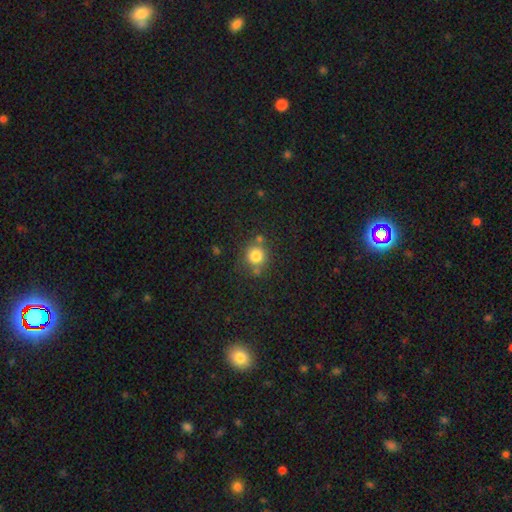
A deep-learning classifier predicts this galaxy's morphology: smooth-or-featured: smooth: 80% | star or artifact: 12% | featured or disk: 7%
  how-rounded: round: 90% | in between: 9% | cigar-shaped: 1%
  merging: none: 71% | merger: 13% | minor disturbance: 12% | major disturbance: 4%